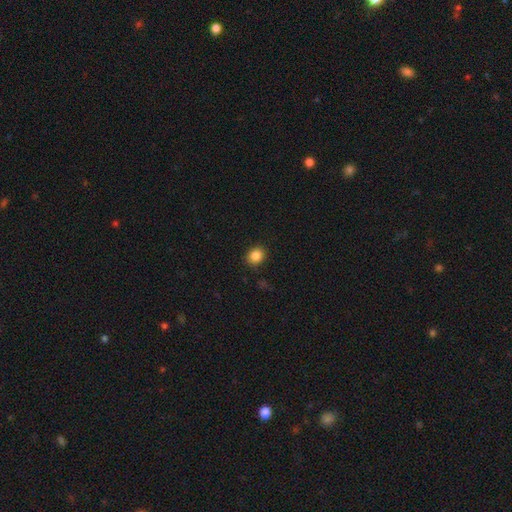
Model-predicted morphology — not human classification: smooth-or-featured: smooth: 86% | star or artifact: 10% | featured or disk: 4%
  how-rounded: round: 68% | in between: 31% | cigar-shaped: 1%
  merging: none: 88% | minor disturbance: 8% | major disturbance: 2% | merger: 1%